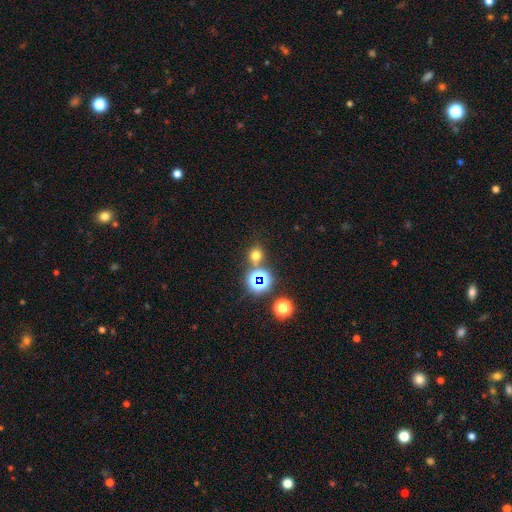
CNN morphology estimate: This appears to be a smooth galaxy with no disk features (61%) that is round (85%). Merging: none (72%).